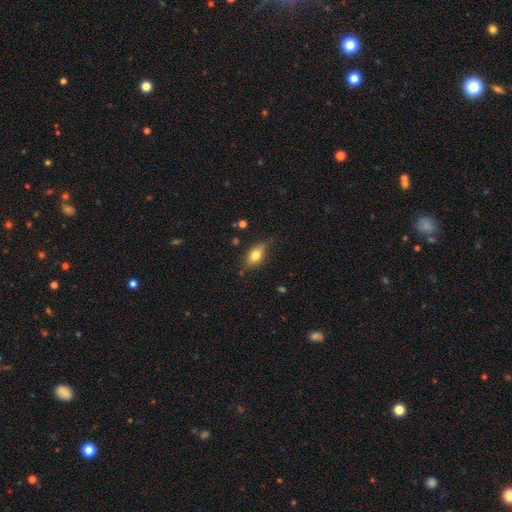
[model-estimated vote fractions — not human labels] A smooth galaxy with no disk features (73%) that is in between round and cigar-shaped (83%). Merging: none (73%).